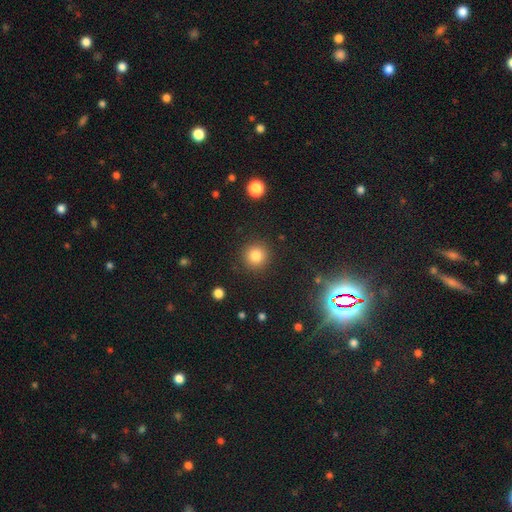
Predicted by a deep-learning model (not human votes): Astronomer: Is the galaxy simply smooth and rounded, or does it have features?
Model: smooth — 82%.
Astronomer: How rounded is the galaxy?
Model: round — 93%.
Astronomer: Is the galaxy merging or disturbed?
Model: none — 90%.